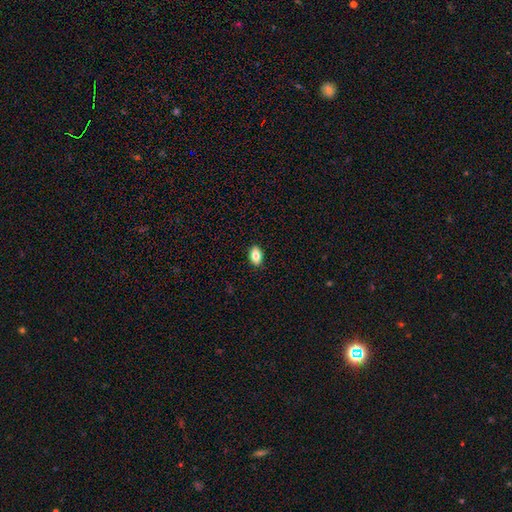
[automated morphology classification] Q: Smooth or featured?
A: smooth (83%); runner-up: featured or disk (9%)
Q: How rounded?
A: in between (89%); runner-up: round (8%)
Q: Merging?
A: none (90%); runner-up: minor disturbance (8%)